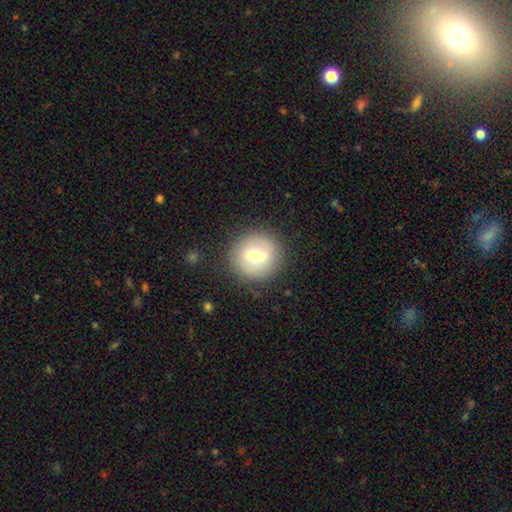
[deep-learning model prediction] Q: Smooth or featured?
A: smooth (61%); runner-up: featured or disk (31%)
Q: How rounded?
A: round (91%); runner-up: in between (8%)
Q: Merging?
A: none (86%); runner-up: minor disturbance (9%)